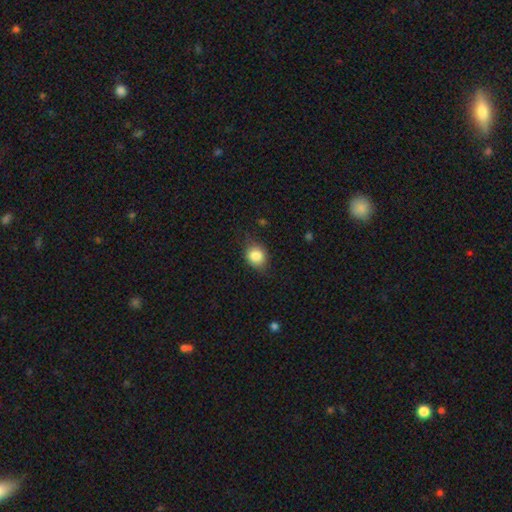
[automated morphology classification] type=smooth (82%); roundness=round (67%); merging=none (72%).